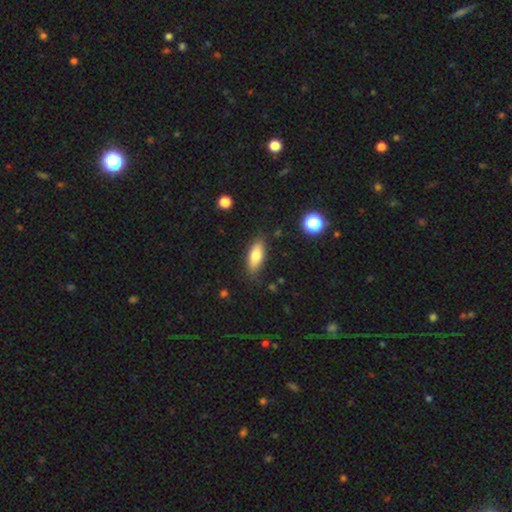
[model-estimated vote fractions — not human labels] Smooth or featured? Predicted: smooth (p=0.76). How rounded? Predicted: in between (p=0.76). Merging? Predicted: none (p=0.81).